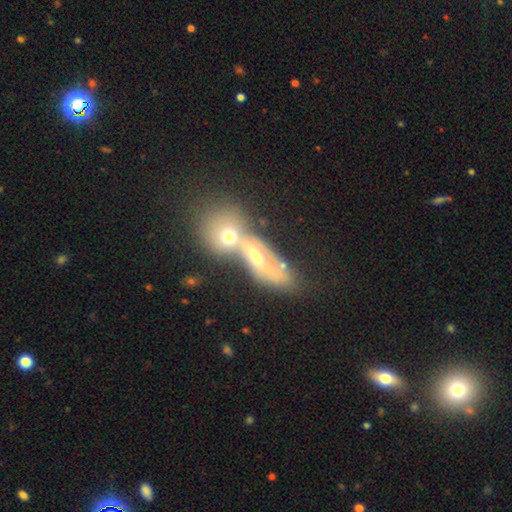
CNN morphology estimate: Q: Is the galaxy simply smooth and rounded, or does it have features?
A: featured or disk — 47%.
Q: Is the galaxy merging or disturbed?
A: merger — 68%.